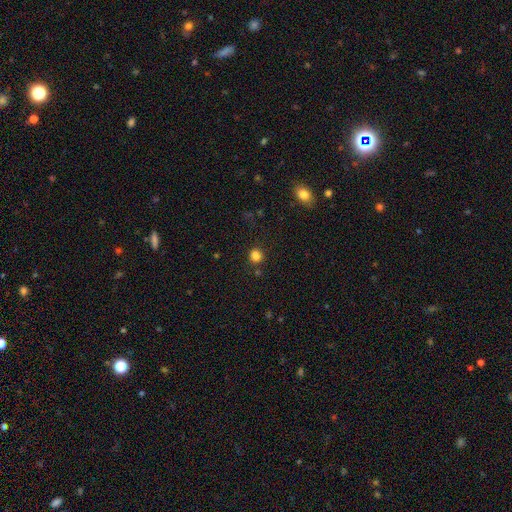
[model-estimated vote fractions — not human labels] Smooth or featured?
  - smooth: 82% *
  - star or artifact: 14%
  - featured or disk: 4%
How rounded?
  - round: 80% *
  - in between: 19%
  - cigar-shaped: 1%
Merging?
  - none: 81% *
  - minor disturbance: 11%
  - merger: 5%
  - major disturbance: 4%